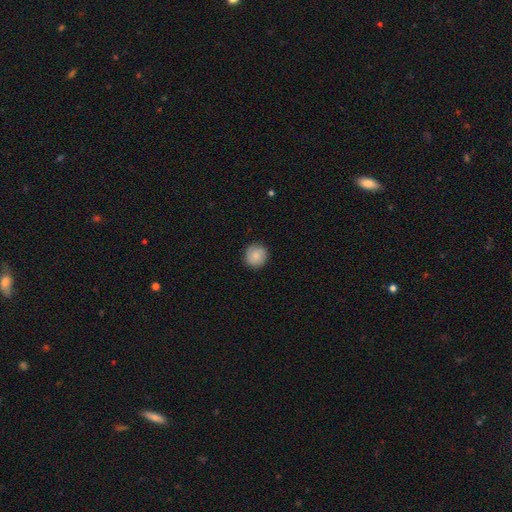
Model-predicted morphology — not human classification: This appears to be a smooth galaxy with no disk features (84%) that is round (92%). Merging: none (89%).